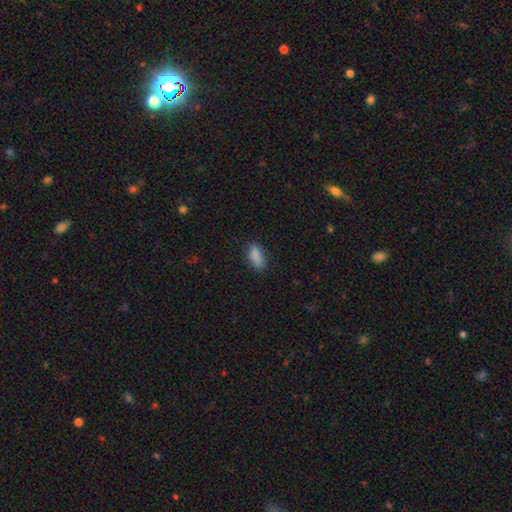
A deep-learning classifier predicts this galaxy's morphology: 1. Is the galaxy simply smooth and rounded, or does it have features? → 87% smooth, 8% star or artifact, 5% featured or disk.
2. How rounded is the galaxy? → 80% in between, 17% cigar-shaped, 3% round.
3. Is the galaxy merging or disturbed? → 77% none, 17% minor disturbance, 4% major disturbance, 1% merger.